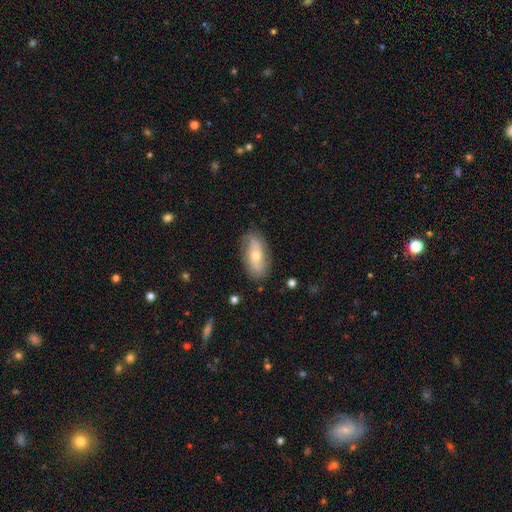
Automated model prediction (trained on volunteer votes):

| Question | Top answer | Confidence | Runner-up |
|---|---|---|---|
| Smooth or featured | featured or disk | 55% | smooth (37%) |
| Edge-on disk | no | 86% | yes (14%) |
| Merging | none | 80% | minor disturbance (15%) |